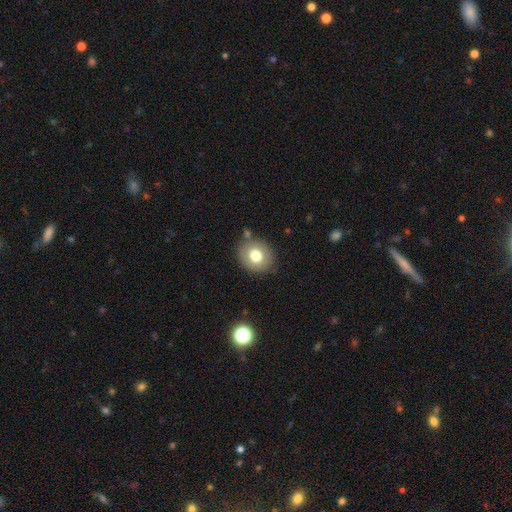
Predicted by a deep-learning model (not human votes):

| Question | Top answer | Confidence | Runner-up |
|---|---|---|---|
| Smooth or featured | smooth | 73% | featured or disk (18%) |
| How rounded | round | 70% | in between (29%) |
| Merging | none | 82% | minor disturbance (11%) |